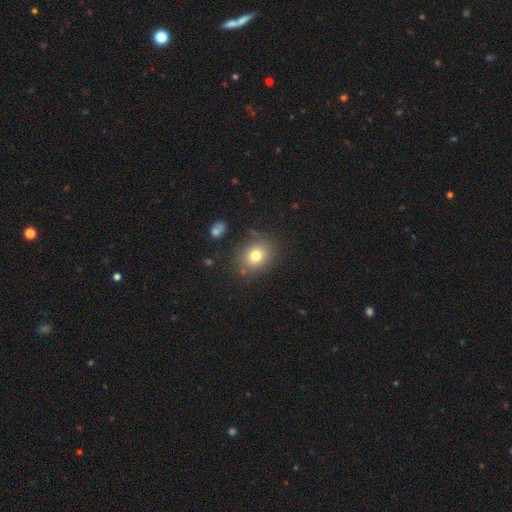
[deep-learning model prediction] Smooth or featured?
  - smooth: 77% *
  - star or artifact: 12%
  - featured or disk: 11%
How rounded?
  - round: 58% *
  - in between: 41%
  - cigar-shaped: 1%
Merging?
  - none: 81% *
  - minor disturbance: 12%
  - major disturbance: 4%
  - merger: 3%